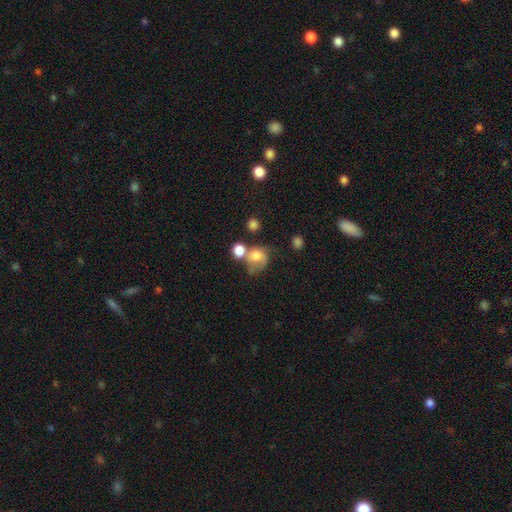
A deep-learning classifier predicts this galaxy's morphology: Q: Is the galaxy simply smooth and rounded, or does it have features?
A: smooth — 69%.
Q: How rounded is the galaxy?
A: round — 68%.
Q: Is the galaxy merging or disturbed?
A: merger — 35%.